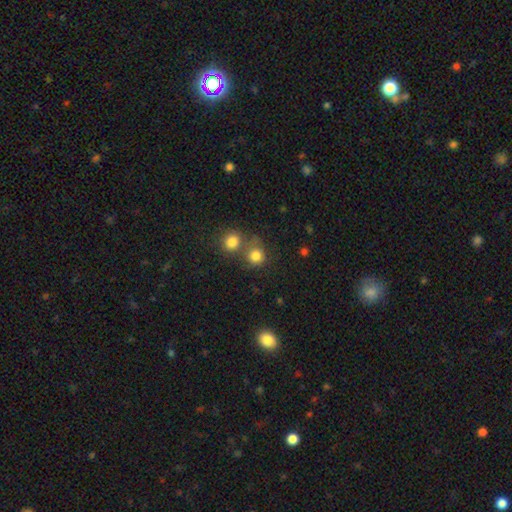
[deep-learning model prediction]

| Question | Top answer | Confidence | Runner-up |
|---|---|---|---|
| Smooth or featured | smooth | 81% | star or artifact (12%) |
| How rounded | round | 86% | in between (13%) |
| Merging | none | 50% | merger (37%) |